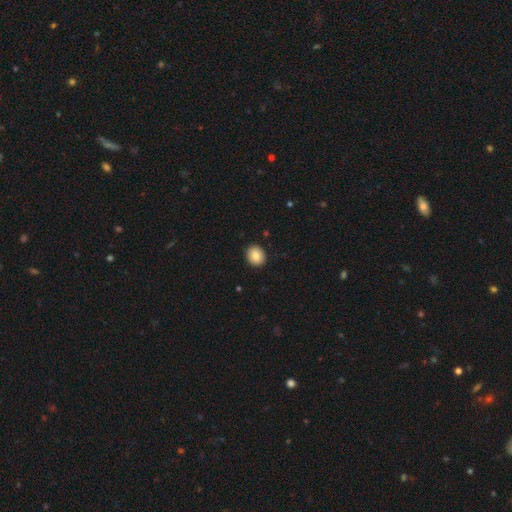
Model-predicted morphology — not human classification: Smooth or featured?
  - smooth: 84% *
  - star or artifact: 8%
  - featured or disk: 8%
How rounded?
  - round: 67% *
  - in between: 32%
  - cigar-shaped: 1%
Merging?
  - none: 91% *
  - minor disturbance: 6%
  - major disturbance: 2%
  - merger: 1%